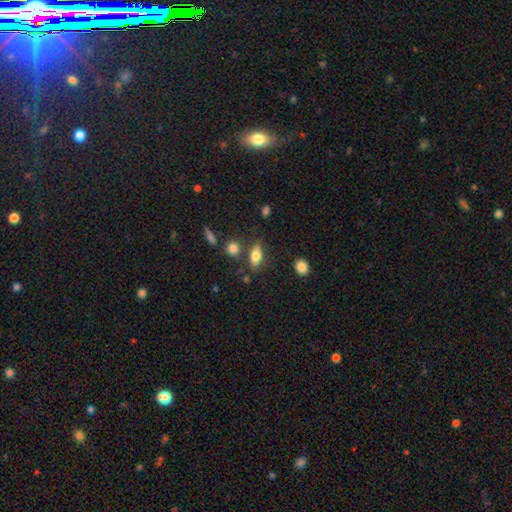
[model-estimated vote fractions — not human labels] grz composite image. It shows a smooth galaxy with no disk features (73%) that is in between round and cigar-shaped (75%). Merging: none (75%).